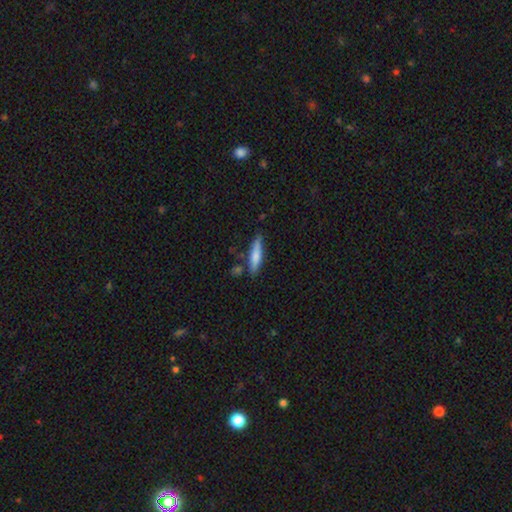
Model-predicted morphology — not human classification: Smooth or featured? Predicted: smooth (p=0.73). How rounded? Predicted: cigar-shaped (p=0.80). Merging? Predicted: none (p=0.77).